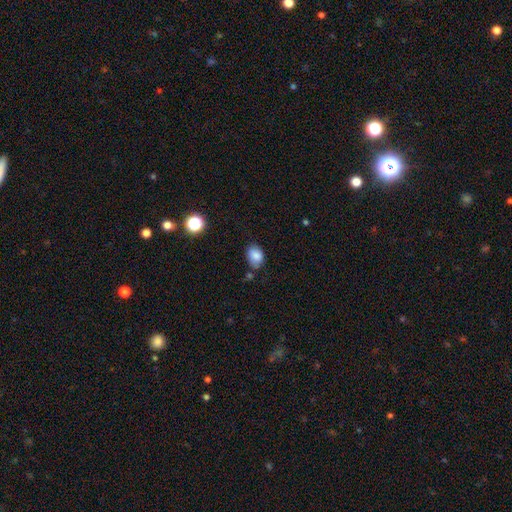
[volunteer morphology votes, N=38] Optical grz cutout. It shows a smooth galaxy with no disk features (89%) that is in between round and cigar-shaped (71%). Merging: none (54%).